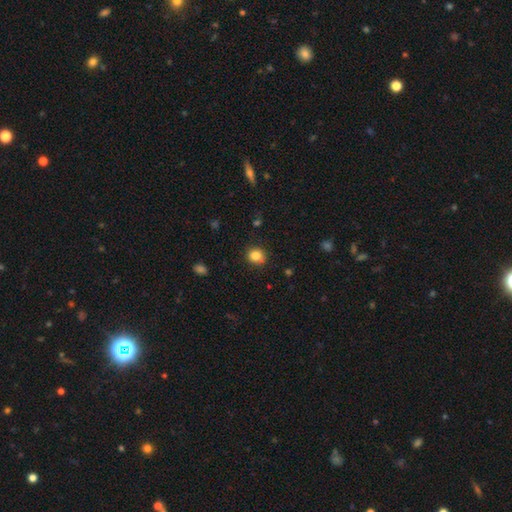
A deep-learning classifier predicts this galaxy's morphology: smooth_or_featured: smooth (p=0.84) [alt: star or artifact p=0.10]
how_rounded: round (p=0.77) [alt: in between p=0.22]
merging: none (p=0.86) [alt: minor disturbance p=0.10]